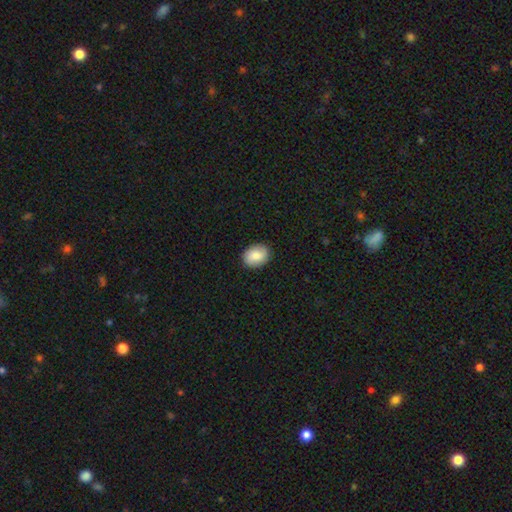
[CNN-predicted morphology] Smooth or featured? Predicted: smooth (p=0.81). How rounded? Predicted: in between (p=0.64). Merging? Predicted: none (p=0.89).